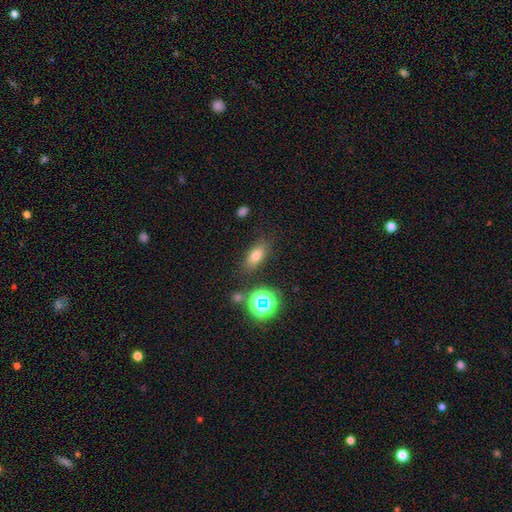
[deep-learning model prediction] Overall: smooth (70%). How rounded: in between (76%). Merging: none (82%).